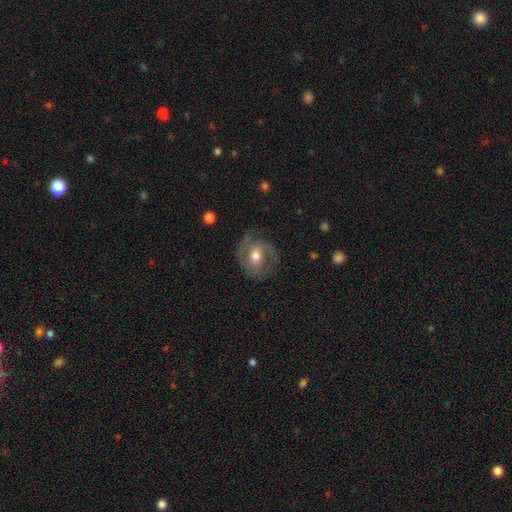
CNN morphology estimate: smooth_or_featured: featured or disk (p=0.65) [alt: smooth p=0.28]
disk_edge_on: no (p=0.96) [alt: yes p=0.04]
bar: no (p=0.43) [alt: weak p=0.42]
has_spiral_arms: yes (p=0.82) [alt: no p=0.18]
spiral_winding: medium (p=0.47) [alt: tight p=0.32]
spiral_arm_count: 2 (p=0.71) [alt: can't tell p=0.13]
bulge_size: moderate (p=0.73) [alt: small p=0.15]
merging: none (p=0.65) [alt: minor disturbance p=0.21]